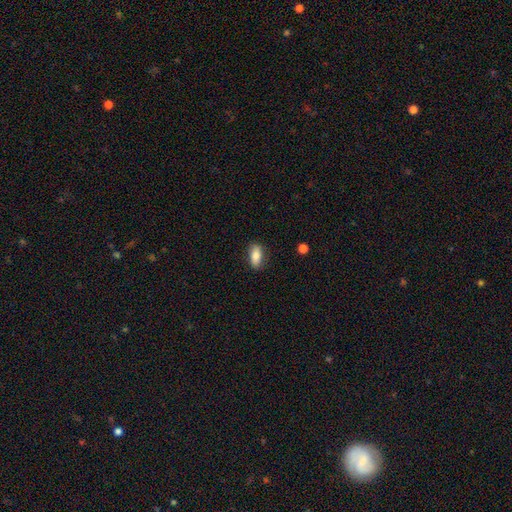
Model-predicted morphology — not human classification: smooth-or-featured: smooth: 78% | featured or disk: 15% | star or artifact: 7%
  how-rounded: in between: 82% | cigar-shaped: 13% | round: 4%
  merging: none: 84% | minor disturbance: 12% | major disturbance: 3% | merger: 1%